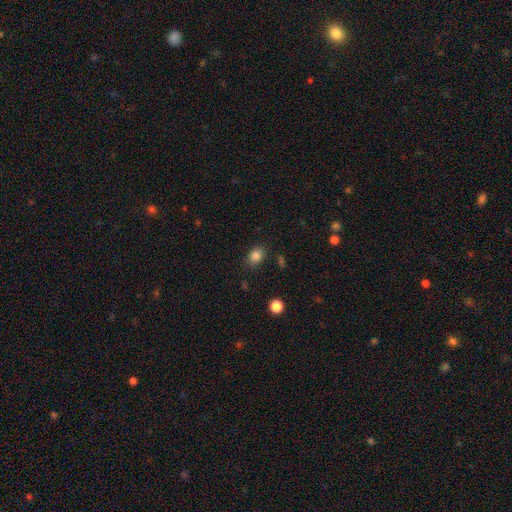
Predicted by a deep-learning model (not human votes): The model was most divided on "how rounded": in between: 65%, round: 34%, cigar-shaped: 1%. More confident: smooth or featured — smooth (83%); merging — none (82%).